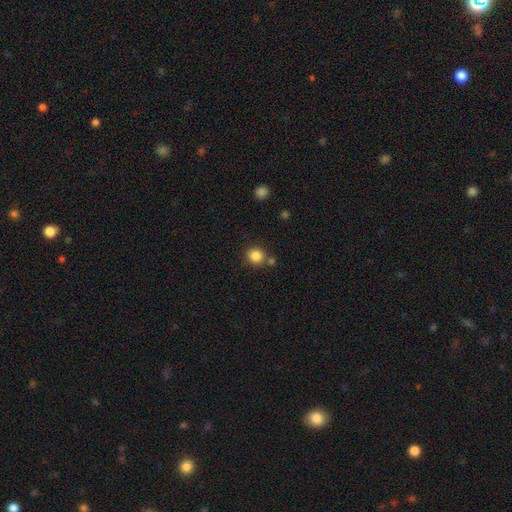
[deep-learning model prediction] This appears to be a smooth galaxy with no disk features (85%) that is round (89%). Merging: none (75%).